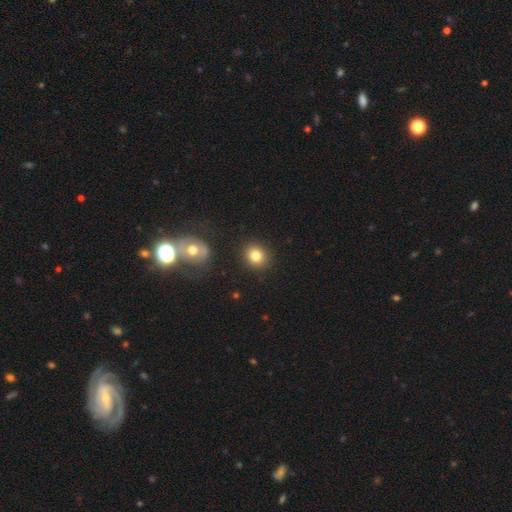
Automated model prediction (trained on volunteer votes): smooth-or-featured: smooth: 80% | star or artifact: 11% | featured or disk: 9%
  how-rounded: round: 75% | in between: 24% | cigar-shaped: 1%
  merging: none: 88% | minor disturbance: 7% | major disturbance: 3% | merger: 2%